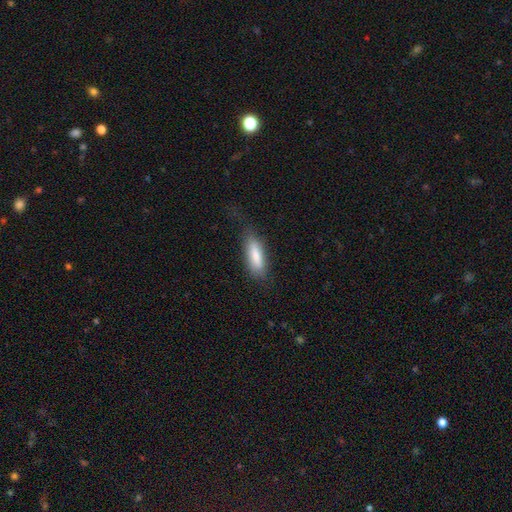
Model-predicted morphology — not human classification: smooth 81%, featured or disk 13%, star or artifact 6%. Down the decision tree: how rounded — in between (51%); merging — none (72%).